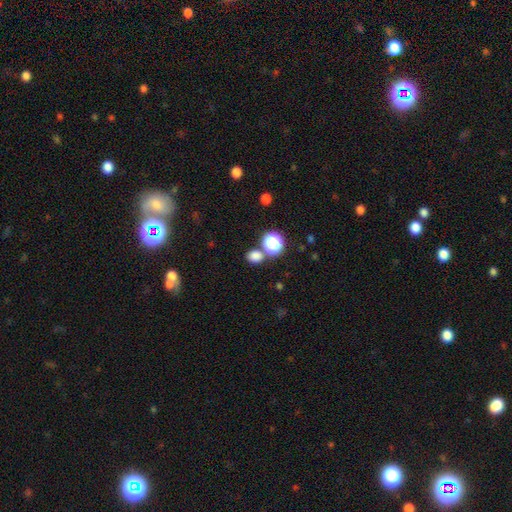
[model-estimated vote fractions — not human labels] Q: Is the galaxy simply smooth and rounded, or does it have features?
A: smooth — 77%.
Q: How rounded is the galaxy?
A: round — 61%.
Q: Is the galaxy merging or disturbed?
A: none — 71%.